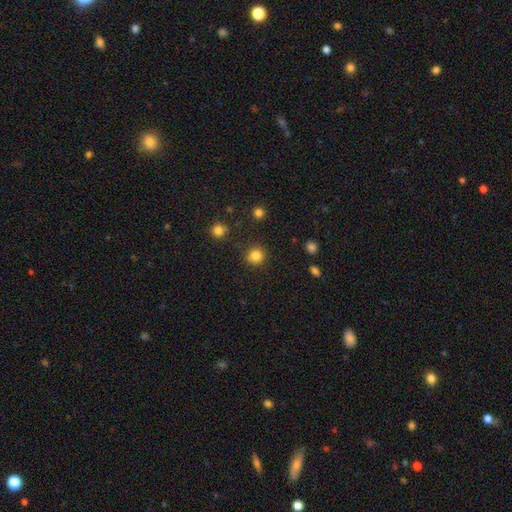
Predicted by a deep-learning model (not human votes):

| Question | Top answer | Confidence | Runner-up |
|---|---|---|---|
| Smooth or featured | smooth | 83% | star or artifact (13%) |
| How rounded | round | 90% | in between (9%) |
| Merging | none | 85% | minor disturbance (9%) |